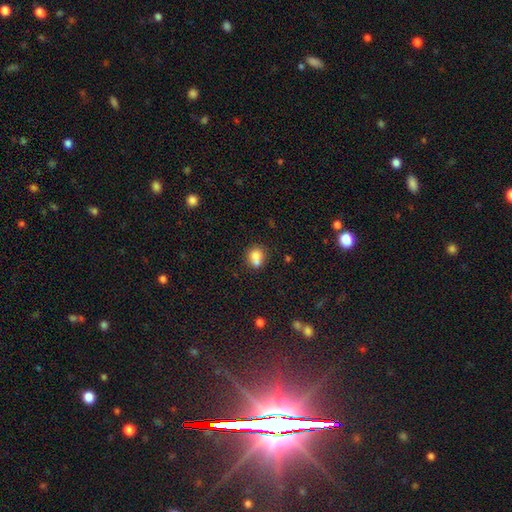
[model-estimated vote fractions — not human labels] smooth_or_featured: smooth (p=0.74) [alt: featured or disk p=0.16]
how_rounded: round (p=0.73) [alt: in between p=0.26]
merging: merger (p=0.46) [alt: none p=0.39]